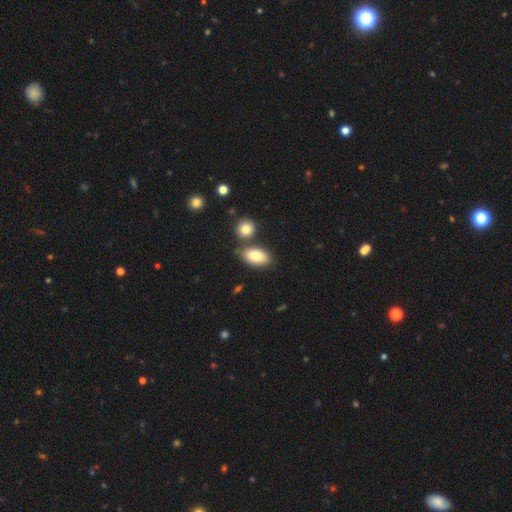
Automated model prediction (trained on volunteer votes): A smooth galaxy with no disk features (84%) that is in between round and cigar-shaped (91%).

Vote fractions:
- Smooth or featured? smooth: 84% / featured or disk: 9% / star or artifact: 7%
- How rounded? in between: 91% / round: 5% / cigar-shaped: 4%
- Merging? none: 66% / merger: 19% / minor disturbance: 12% / major disturbance: 3%